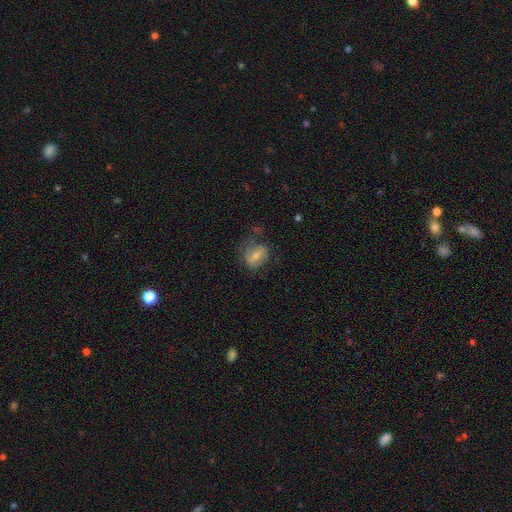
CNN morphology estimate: smooth-or-featured: featured or disk: 51% | smooth: 36% | star or artifact: 13%
  disk-edge-on: no: 94% | yes: 6%
  merging: none: 57% | minor disturbance: 23% | major disturbance: 17% | merger: 2%